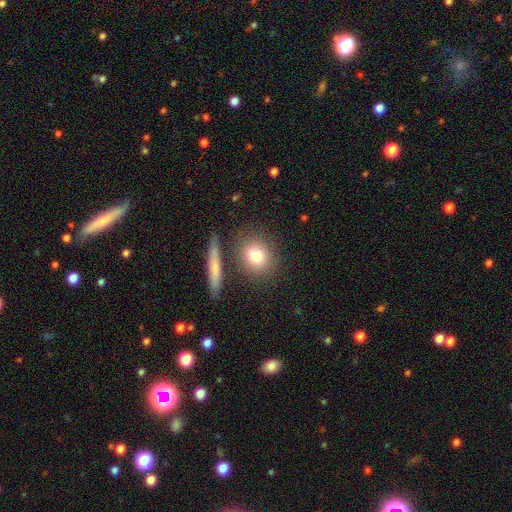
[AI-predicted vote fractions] A smooth galaxy with no disk features (78%) that is round (72%). Merging: none (78%).